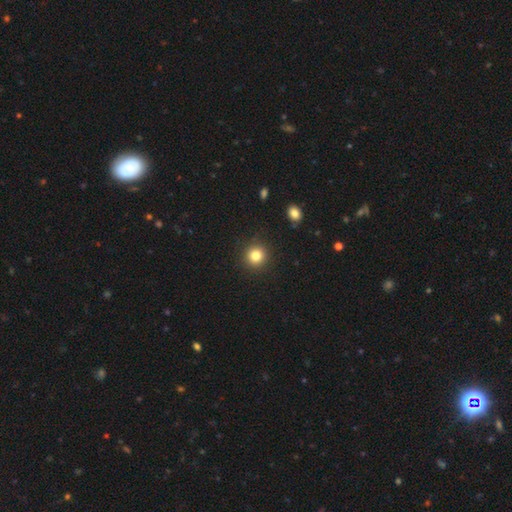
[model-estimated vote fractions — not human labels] A smooth galaxy with no disk features (82%) that is round (93%). Merging: none (91%).